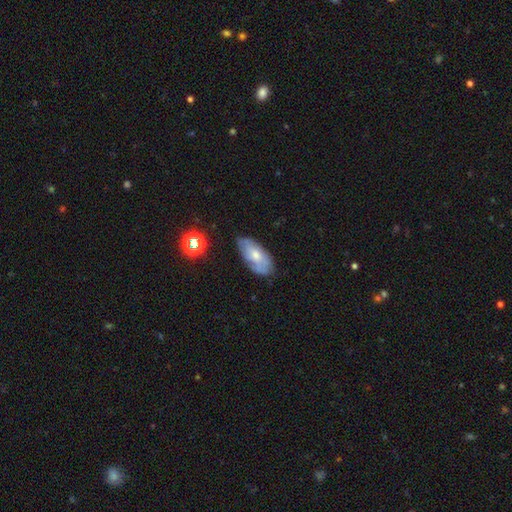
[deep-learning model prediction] A featured or disk galaxy (46%).

Vote fractions:
- Smooth or featured? featured or disk: 46% / smooth: 45% / star or artifact: 9%
- Merging? none: 64% / minor disturbance: 27% / major disturbance: 7% / merger: 2%